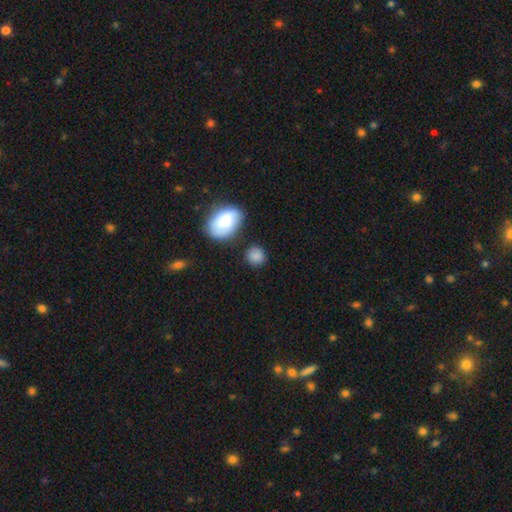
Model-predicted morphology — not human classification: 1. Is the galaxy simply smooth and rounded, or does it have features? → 86% smooth, 8% star or artifact, 6% featured or disk.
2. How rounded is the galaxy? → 78% round, 20% in between, 1% cigar-shaped.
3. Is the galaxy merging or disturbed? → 74% none, 15% minor disturbance, 7% merger, 4% major disturbance.